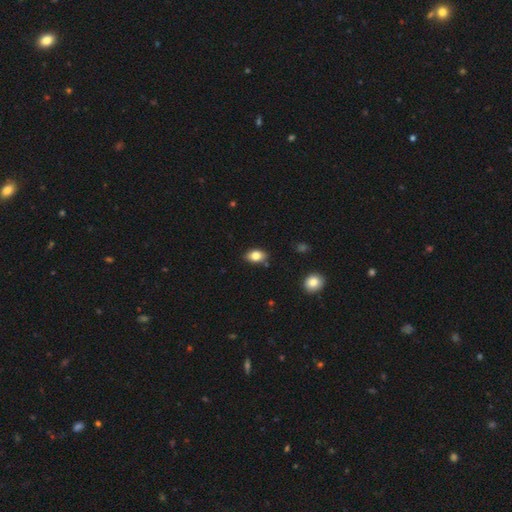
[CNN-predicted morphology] Smooth or featured?
  - smooth: 82% *
  - featured or disk: 10%
  - star or artifact: 8%
How rounded?
  - in between: 86% *
  - round: 12%
  - cigar-shaped: 2%
Merging?
  - none: 84% *
  - minor disturbance: 12%
  - merger: 2%
  - major disturbance: 2%